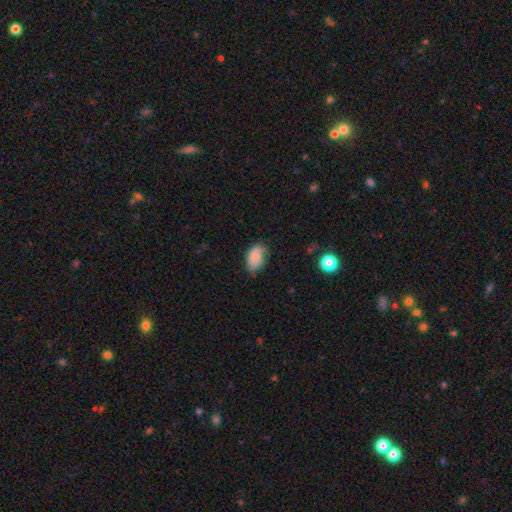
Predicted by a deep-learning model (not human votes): Q: Smooth or featured?
A: smooth (82%); runner-up: featured or disk (10%)
Q: How rounded?
A: in between (88%); runner-up: round (11%)
Q: Merging?
A: none (61%); runner-up: minor disturbance (32%)